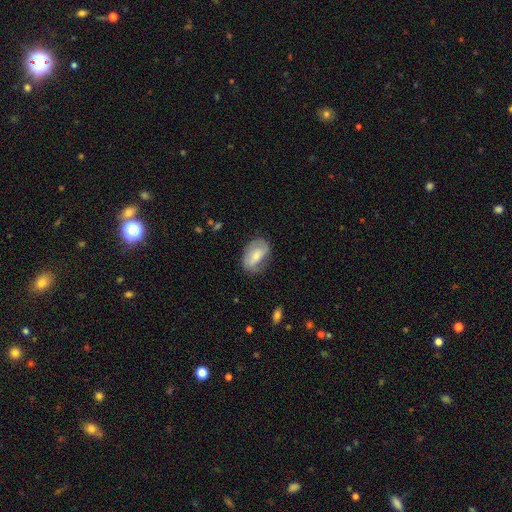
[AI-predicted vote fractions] The model was most divided on "smooth or featured": smooth: 56%, featured or disk: 38%, star or artifact: 7%. More confident: how rounded — in between (86%); merging — none (64%).